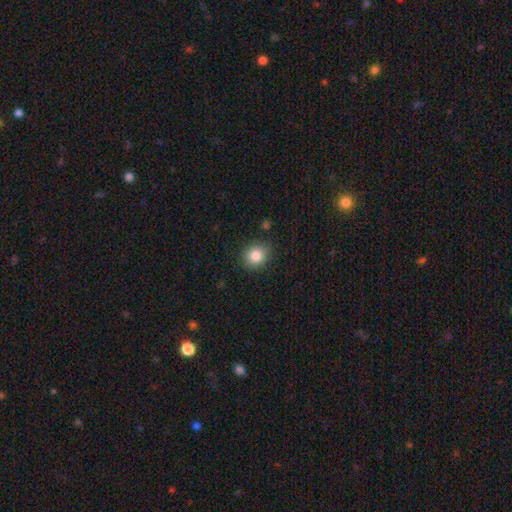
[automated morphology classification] A smooth galaxy with no disk features (85%) that is round (74%). Merging: none (84%).